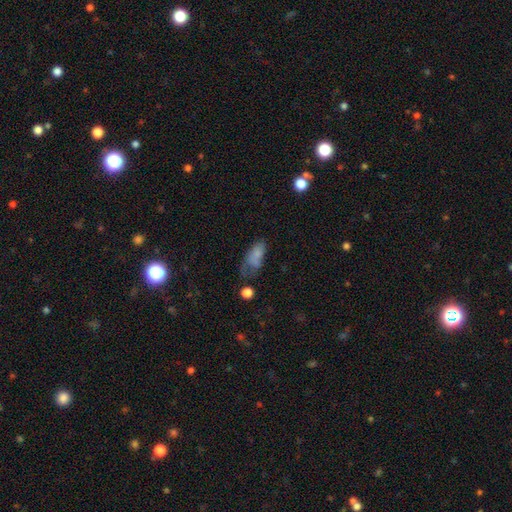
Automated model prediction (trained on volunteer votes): This is likely a smooth galaxy (71%). How rounded: clearly in between (87%). Merging: marginally major disturbance (37%).